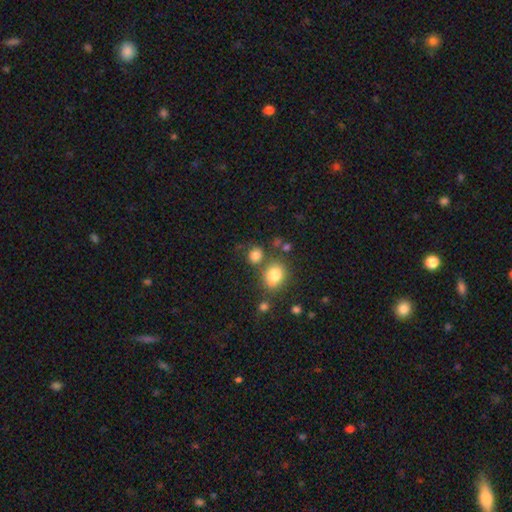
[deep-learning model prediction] Smooth or featured?
  - smooth: 80% *
  - star or artifact: 13%
  - featured or disk: 7%
How rounded?
  - round: 72% *
  - in between: 26%
  - cigar-shaped: 1%
Merging?
  - none: 63% *
  - merger: 19%
  - minor disturbance: 13%
  - major disturbance: 5%